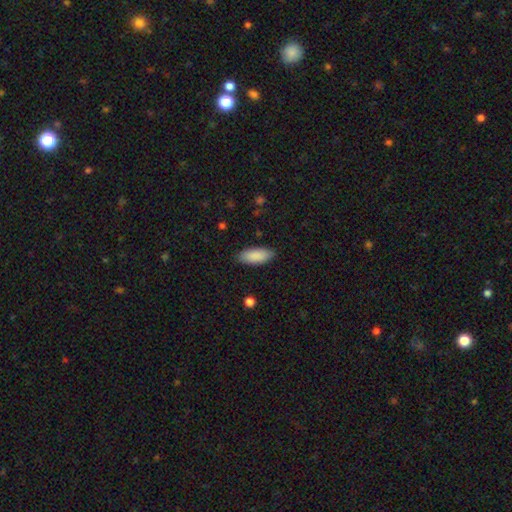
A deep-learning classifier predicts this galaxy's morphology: smooth_or_featured: smooth (p=0.89) [alt: star or artifact p=0.06]
how_rounded: in between (p=0.84) [alt: cigar-shaped p=0.14]
merging: none (p=0.87) [alt: minor disturbance p=0.10]